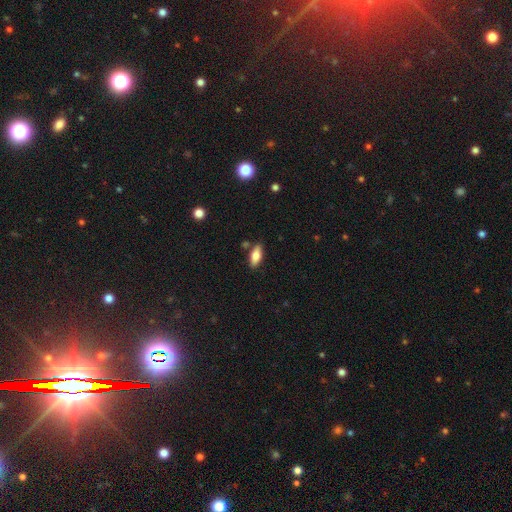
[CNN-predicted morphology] Q: Smooth or featured?
A: smooth (75%); runner-up: featured or disk (18%)
Q: How rounded?
A: in between (80%); runner-up: cigar-shaped (18%)
Q: Merging?
A: none (80%); runner-up: minor disturbance (12%)